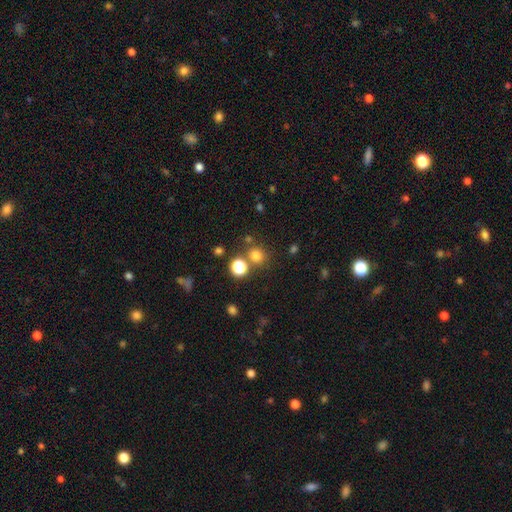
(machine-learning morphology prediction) A smooth galaxy with no disk features (75%) that is round (89%).

Vote fractions:
- Smooth or featured? smooth: 75% / star or artifact: 19% / featured or disk: 6%
- How rounded? round: 89% / in between: 10% / cigar-shaped: 1%
- Merging? none: 74% / merger: 14% / minor disturbance: 8% / major disturbance: 4%